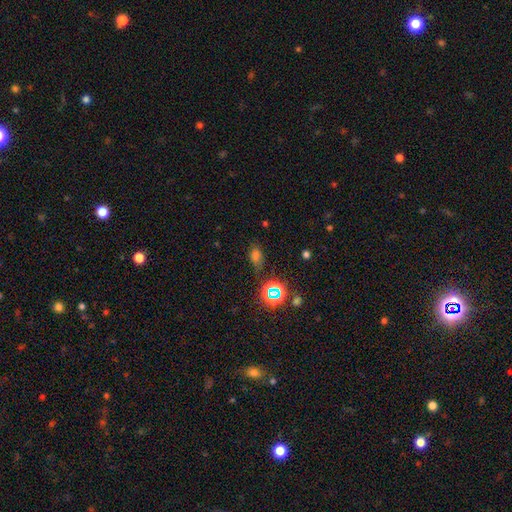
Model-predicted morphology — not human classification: Overall: smooth (52%; star or artifact 39%). How rounded: in between (75%). Merging: none (70%).